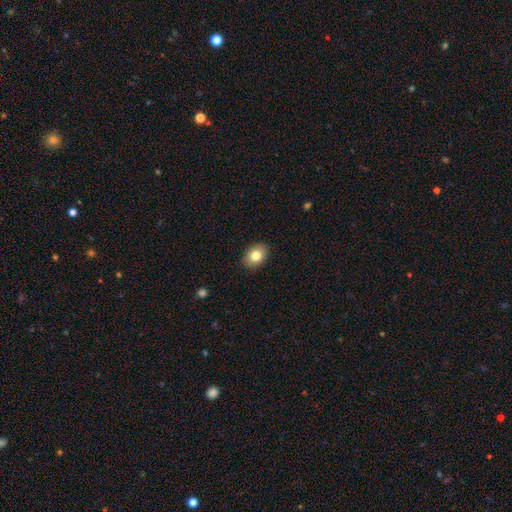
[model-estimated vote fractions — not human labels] This is clearly a smooth galaxy (82%). How rounded: likely in between (77%). Merging: clearly none (89%).